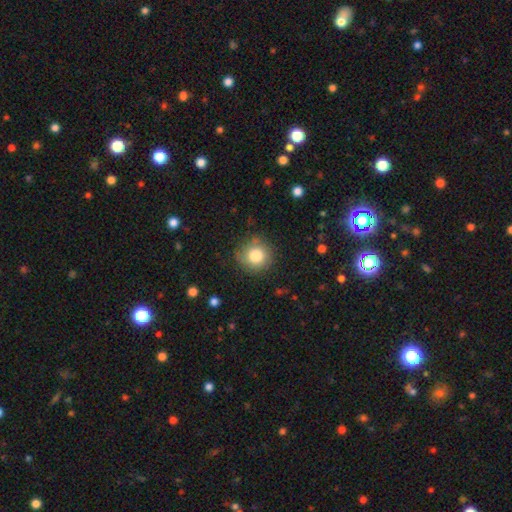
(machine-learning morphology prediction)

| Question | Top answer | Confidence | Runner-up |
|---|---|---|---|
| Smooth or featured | smooth | 82% | star or artifact (9%) |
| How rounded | round | 92% | in between (7%) |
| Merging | none | 81% | minor disturbance (13%) |